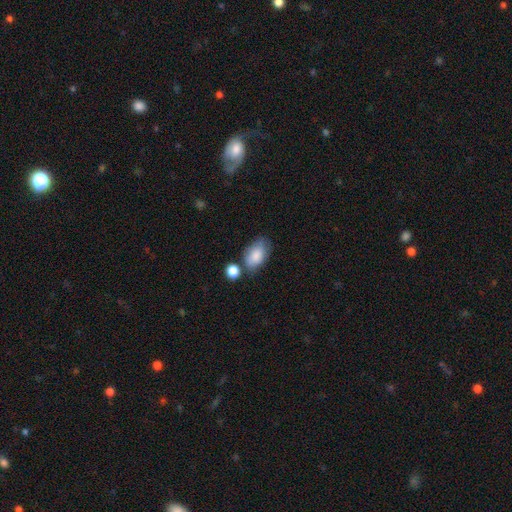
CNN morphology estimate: smooth-or-featured: smooth: 83% | featured or disk: 10% | star or artifact: 7%
  how-rounded: in between: 90% | round: 9% | cigar-shaped: 2%
  merging: none: 54% | minor disturbance: 25% | merger: 13% | major disturbance: 8%